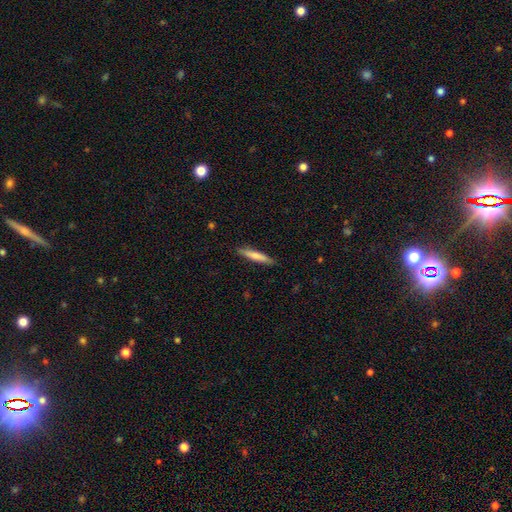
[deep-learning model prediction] smooth 73%, featured or disk 21%, star or artifact 5%. Down the decision tree: how rounded — cigar-shaped (92%); merging — none (88%).